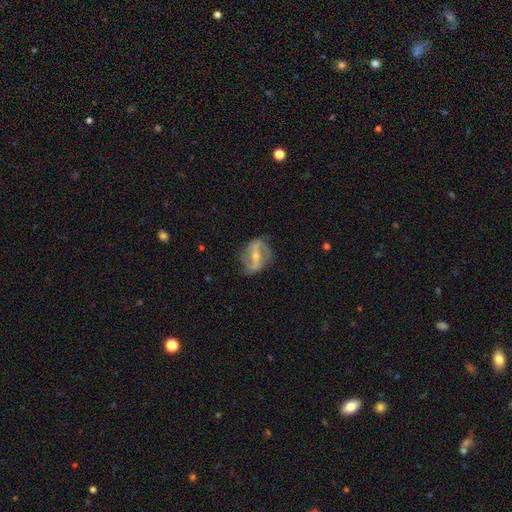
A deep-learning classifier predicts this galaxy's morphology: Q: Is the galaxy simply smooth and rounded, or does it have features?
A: featured or disk — 80%.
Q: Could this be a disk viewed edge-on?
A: no — 93%.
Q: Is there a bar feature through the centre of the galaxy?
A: strong — 60%.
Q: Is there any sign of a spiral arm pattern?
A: yes — 80%.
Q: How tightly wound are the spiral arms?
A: loose — 41%.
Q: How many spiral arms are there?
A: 2 — 83%.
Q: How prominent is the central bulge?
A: small — 47%.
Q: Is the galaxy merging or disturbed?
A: none — 67%.